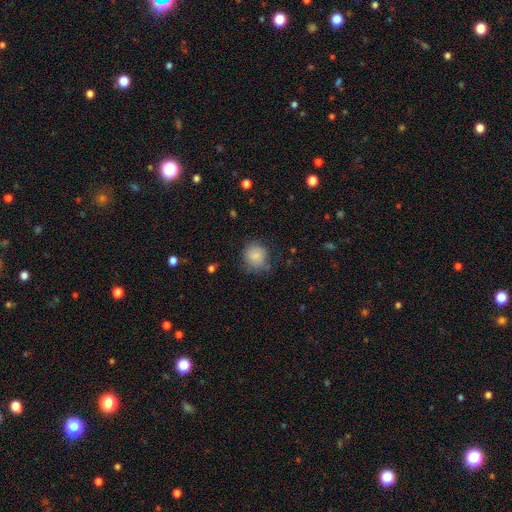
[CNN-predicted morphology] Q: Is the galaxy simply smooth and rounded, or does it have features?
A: smooth — 82%.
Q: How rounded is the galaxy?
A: round — 82%.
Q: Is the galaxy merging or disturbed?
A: none — 65%.